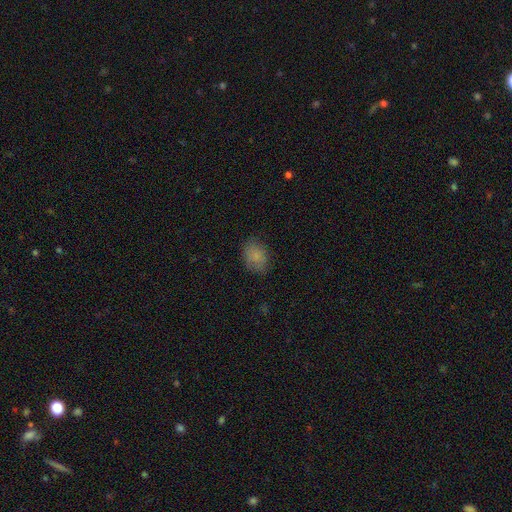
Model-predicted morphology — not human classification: type=smooth (83%); roundness=in between (68%); merging=none (76%).